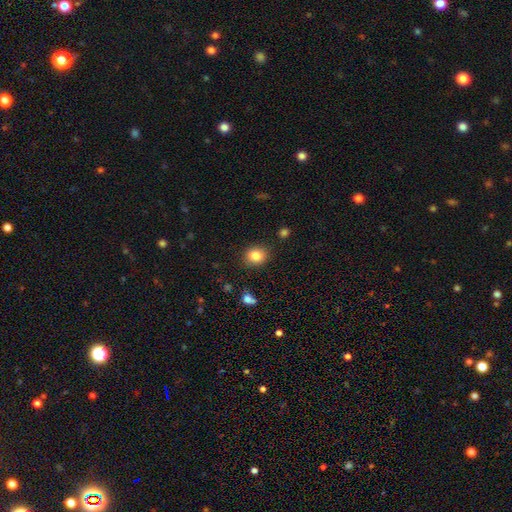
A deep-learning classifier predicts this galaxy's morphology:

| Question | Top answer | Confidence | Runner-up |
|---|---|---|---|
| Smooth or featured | smooth | 85% | star or artifact (10%) |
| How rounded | round | 69% | in between (30%) |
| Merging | none | 86% | minor disturbance (9%) |